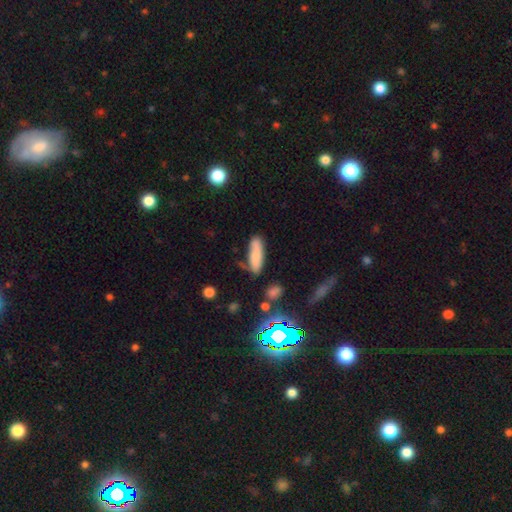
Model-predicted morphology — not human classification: smooth 76%, featured or disk 15%, star or artifact 10%. Down the decision tree: how rounded — in between (55%); merging — none (56%).